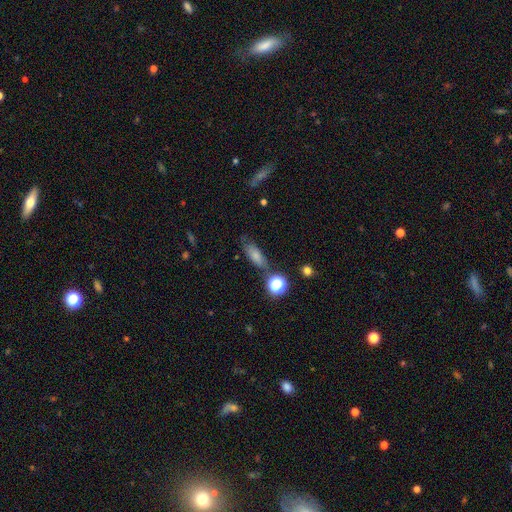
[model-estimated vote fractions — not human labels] smooth 73%, featured or disk 13%, star or artifact 13%. Down the decision tree: how rounded — in between (67%); merging — none (68%).